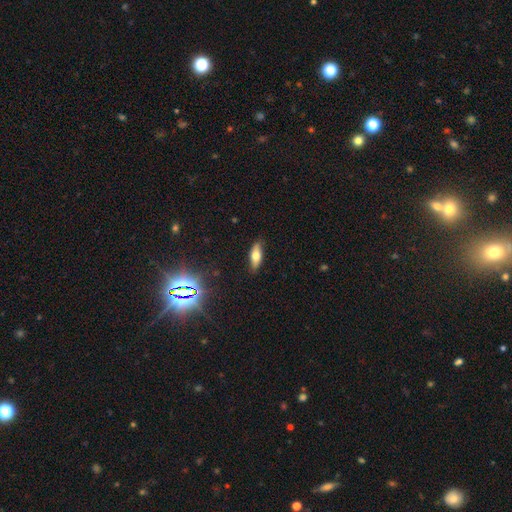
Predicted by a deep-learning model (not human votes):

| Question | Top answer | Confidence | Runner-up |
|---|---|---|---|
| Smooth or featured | smooth | 61% | featured or disk (28%) |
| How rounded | in between | 65% | cigar-shaped (32%) |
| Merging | none | 85% | minor disturbance (12%) |